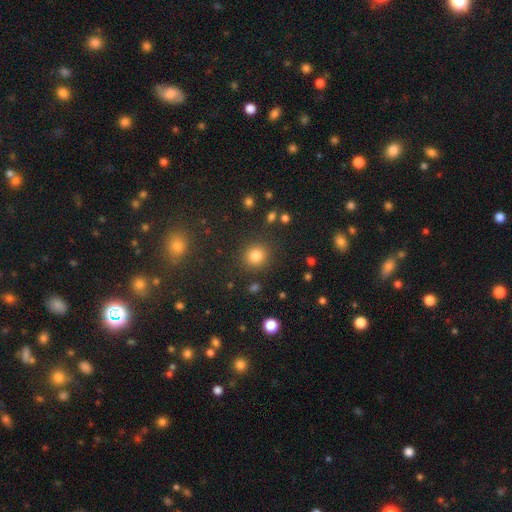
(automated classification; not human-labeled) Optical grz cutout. It shows a smooth galaxy with no disk features (81%) that is round (89%). Merging: none (87%).